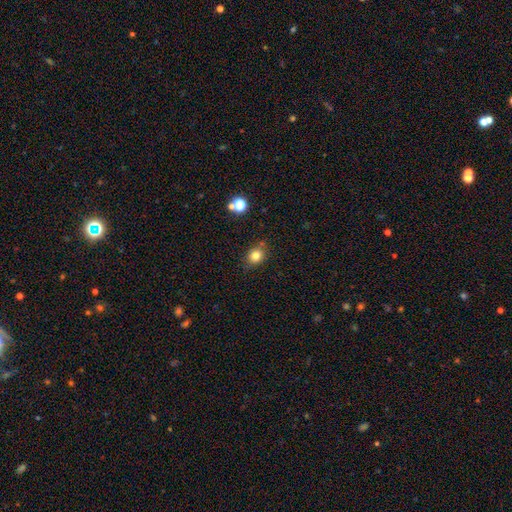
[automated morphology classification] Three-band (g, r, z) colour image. It shows a smooth galaxy with no disk features (81%) that is round (65%). Merging: none (77%).